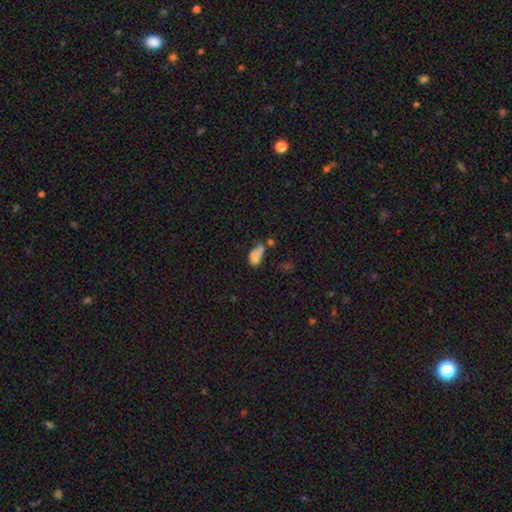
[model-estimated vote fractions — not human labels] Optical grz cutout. It shows a smooth galaxy with no disk features (65%) that is in between round and cigar-shaped (84%). Merging: merger (41%).